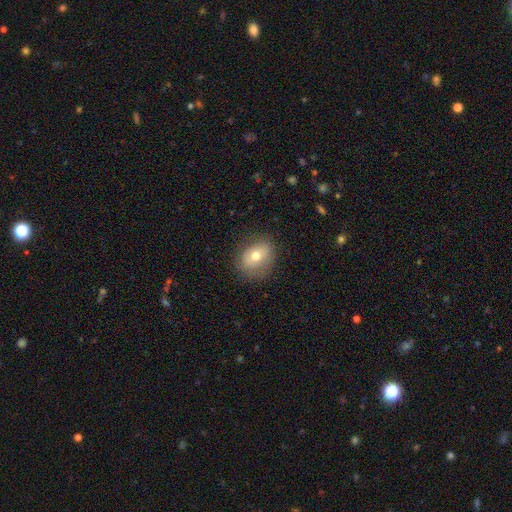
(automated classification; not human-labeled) Smooth or featured?
  - smooth: 66% *
  - featured or disk: 25%
  - star or artifact: 9%
How rounded?
  - in between: 57% *
  - round: 42%
  - cigar-shaped: 1%
Merging?
  - none: 79% *
  - minor disturbance: 15%
  - major disturbance: 5%
  - merger: 1%